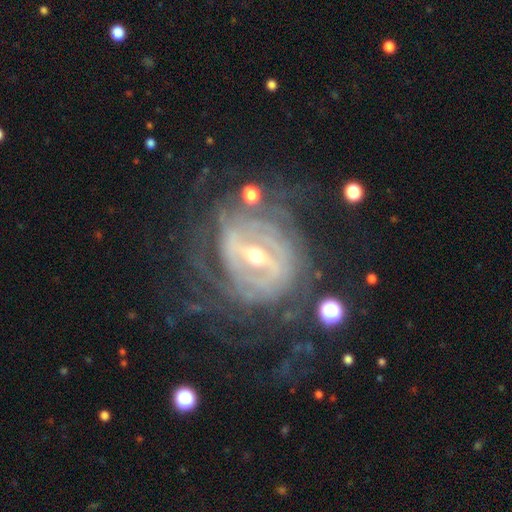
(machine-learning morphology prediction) Q: Smooth or featured?
A: featured or disk (88%); runner-up: star or artifact (7%)
Q: Edge-on disk?
A: no (96%); runner-up: yes (4%)
Q: Bar?
A: strong (54%); runner-up: weak (34%)
Q: Spiral arms?
A: yes (91%); runner-up: no (9%)
Q: Spiral winding?
A: tight (65%); runner-up: medium (26%)
Q: Spiral arm count?
A: can't tell (42%); runner-up: 2 (15%)
Q: Bulge size?
A: small (51%); runner-up: moderate (44%)
Q: Merging?
A: none (62%); runner-up: major disturbance (19%)